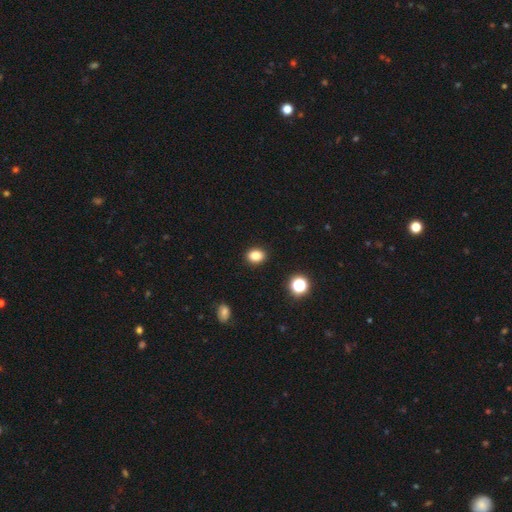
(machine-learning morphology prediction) smooth_or_featured: smooth (p=0.85) [alt: star or artifact p=0.11]
how_rounded: in between (p=0.61) [alt: round p=0.37]
merging: none (p=0.90) [alt: minor disturbance p=0.07]